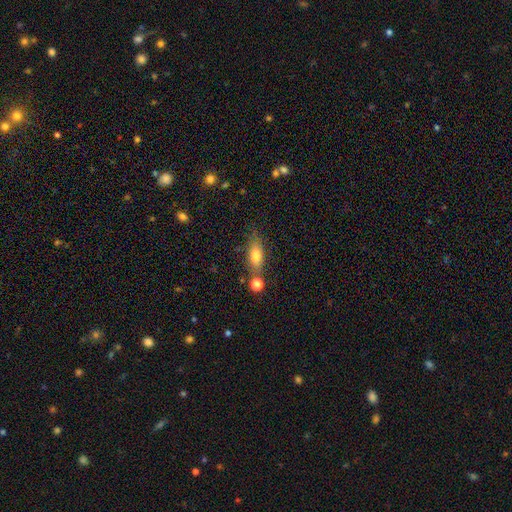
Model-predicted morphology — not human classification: Overall: smooth (74%). How rounded: in between (73%). Merging: none (64%).